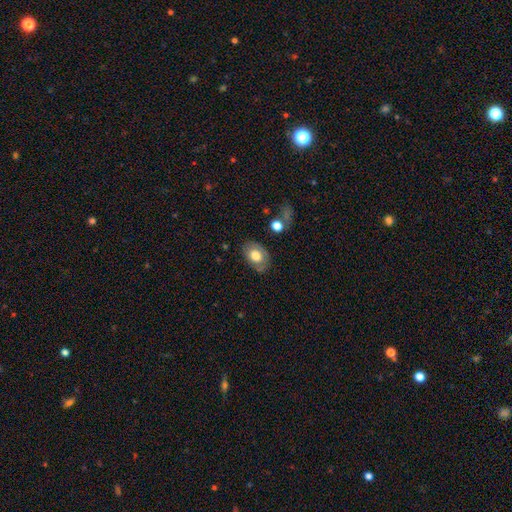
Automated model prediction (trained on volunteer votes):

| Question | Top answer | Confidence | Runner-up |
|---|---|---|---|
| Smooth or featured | smooth | 68% | featured or disk (25%) |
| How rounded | in between | 81% | round (17%) |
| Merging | none | 75% | minor disturbance (17%) |